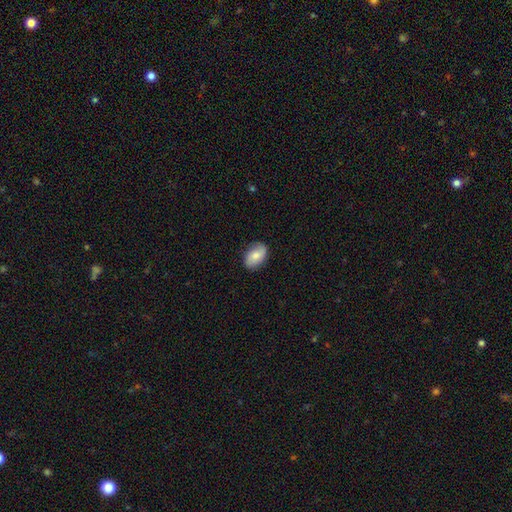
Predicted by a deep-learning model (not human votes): A smooth galaxy with no disk features (64%) that is in between round and cigar-shaped (87%). Merging: none (82%).